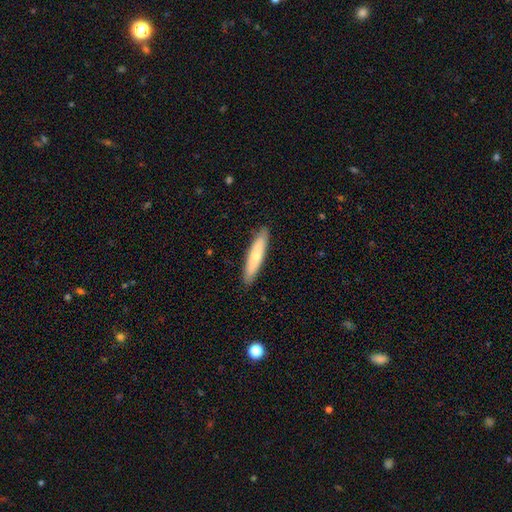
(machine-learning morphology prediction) smooth_or_featured: smooth (p=0.64) [alt: featured or disk p=0.30]
how_rounded: cigar-shaped (p=0.87) [alt: in between p=0.12]
merging: none (p=0.89) [alt: minor disturbance p=0.08]